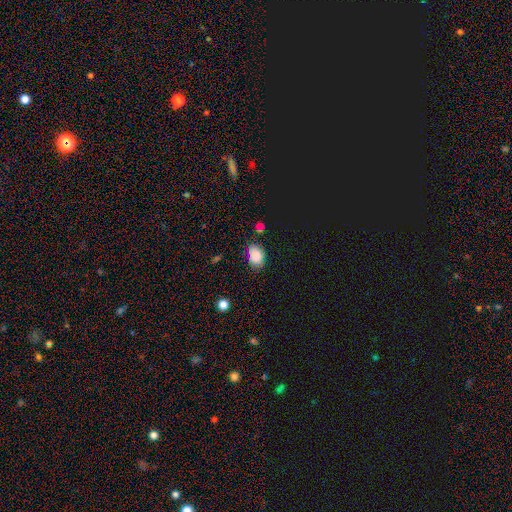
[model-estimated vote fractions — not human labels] Smooth or featured? smooth (83%)
How rounded? in between (83%)
Merging? none (72%)